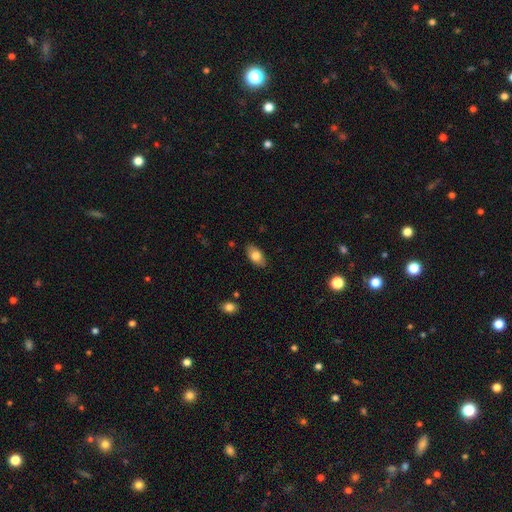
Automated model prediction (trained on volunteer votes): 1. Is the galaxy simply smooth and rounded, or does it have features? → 77% smooth, 16% featured or disk, 7% star or artifact.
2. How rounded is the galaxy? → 92% in between, 4% round, 4% cigar-shaped.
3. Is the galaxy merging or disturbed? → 86% none, 11% minor disturbance, 2% major disturbance, 1% merger.